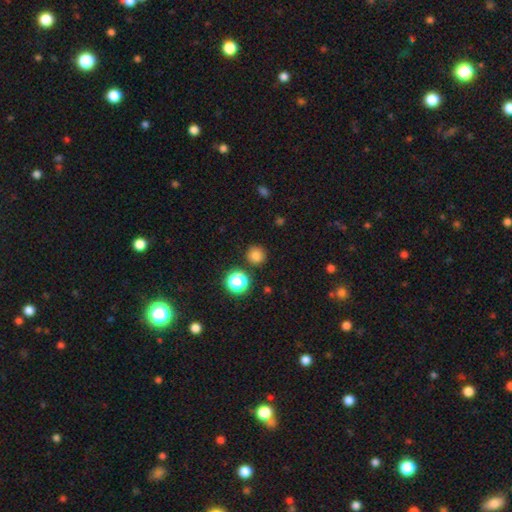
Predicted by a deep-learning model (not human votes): Overall: smooth (79%). How rounded: round (94%). Merging: none (88%).